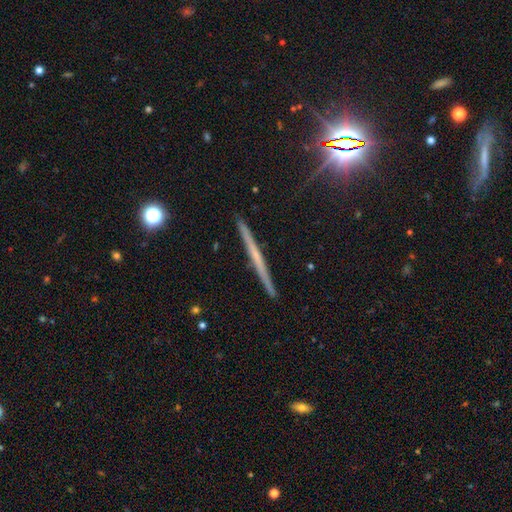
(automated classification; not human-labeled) Smooth or featured? featured or disk (60%)
Edge-on disk? yes (98%)
Edge-on bulge? none (76%)
Merging? none (92%)